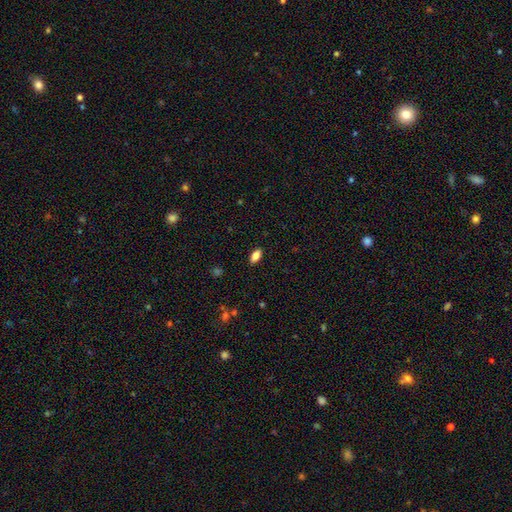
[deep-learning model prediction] This is clearly a smooth galaxy (81%). How rounded: clearly in between (89%). Merging: clearly none (89%).